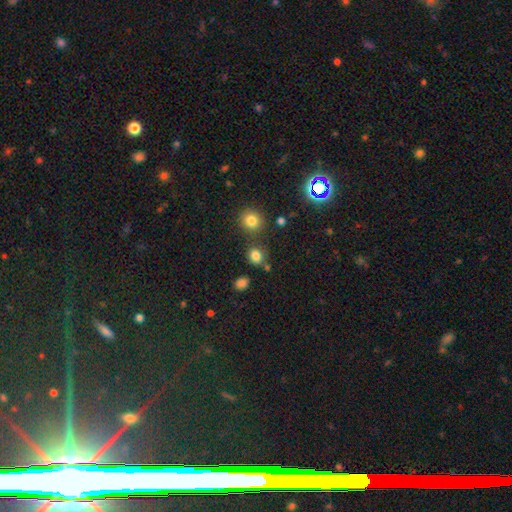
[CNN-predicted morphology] Smooth or featured?
  - smooth: 81% *
  - star or artifact: 14%
  - featured or disk: 5%
How rounded?
  - round: 71% *
  - in between: 28%
  - cigar-shaped: 1%
Merging?
  - none: 75% *
  - minor disturbance: 11%
  - merger: 10%
  - major disturbance: 4%